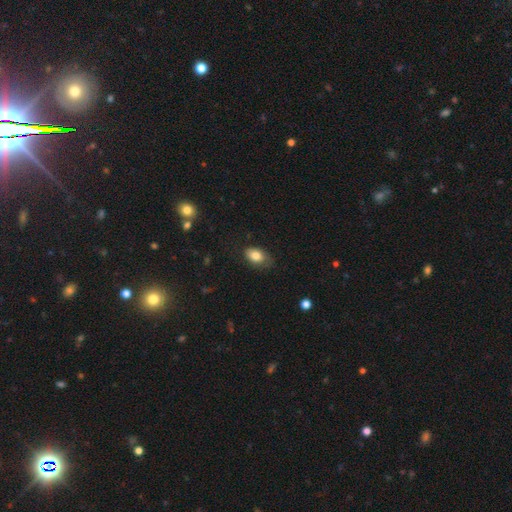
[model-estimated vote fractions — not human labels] A smooth galaxy with no disk features (81%) that is in between round and cigar-shaped (89%).

Vote fractions:
- Smooth or featured? smooth: 81% / featured or disk: 12% / star or artifact: 7%
- How rounded? in between: 89% / round: 10% / cigar-shaped: 1%
- Merging? none: 67% / minor disturbance: 25% / major disturbance: 6% / merger: 1%